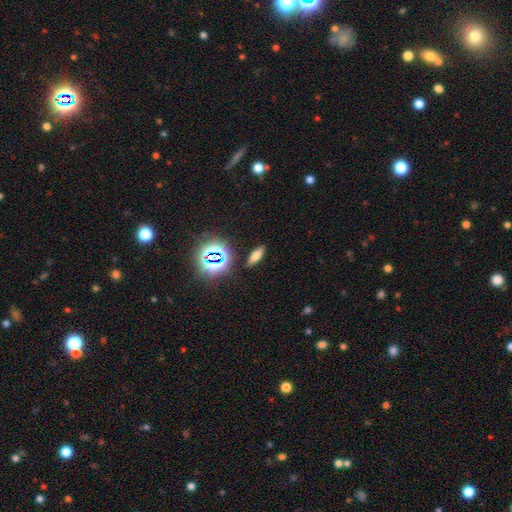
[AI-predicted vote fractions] The model was most divided on "how rounded": in between: 53%, cigar-shaped: 40%, round: 7%. More confident: merging — none (88%); smooth or featured — smooth (60%).